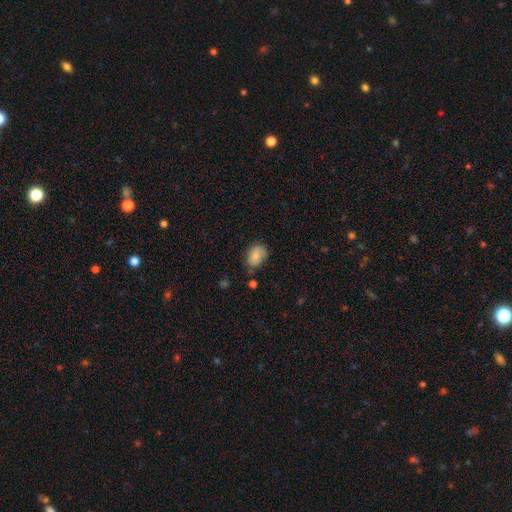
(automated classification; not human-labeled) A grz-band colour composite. It shows a smooth galaxy with no disk features (75%) that is in between round and cigar-shaped (72%). Merging: none (64%).